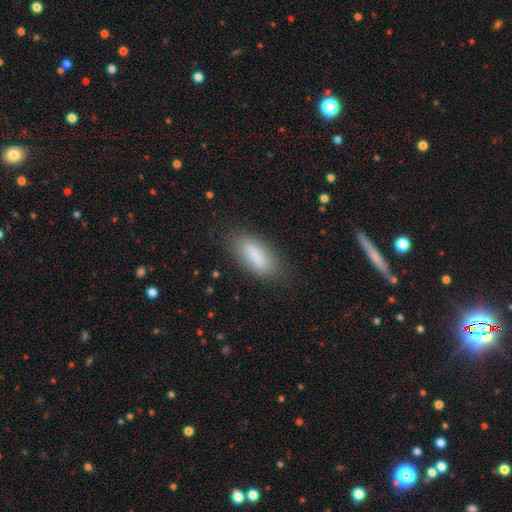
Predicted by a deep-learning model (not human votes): smooth_or_featured: smooth (p=0.81) [alt: featured or disk p=0.11]
how_rounded: in between (p=0.68) [alt: cigar-shaped p=0.30]
merging: none (p=0.78) [alt: minor disturbance p=0.15]